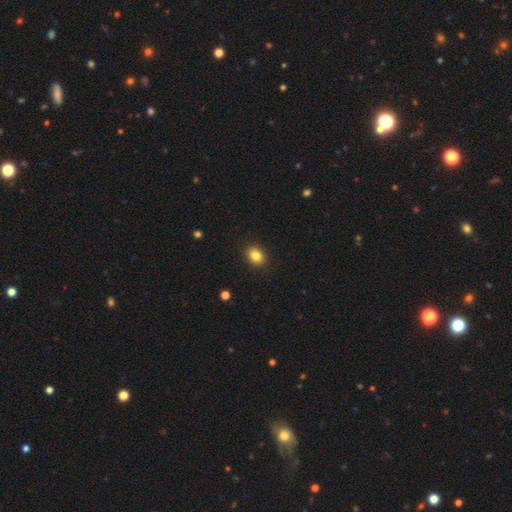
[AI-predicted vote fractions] smooth 84%, star or artifact 10%, featured or disk 6%. Down the decision tree: how rounded — in between (56%); merging — none (90%).